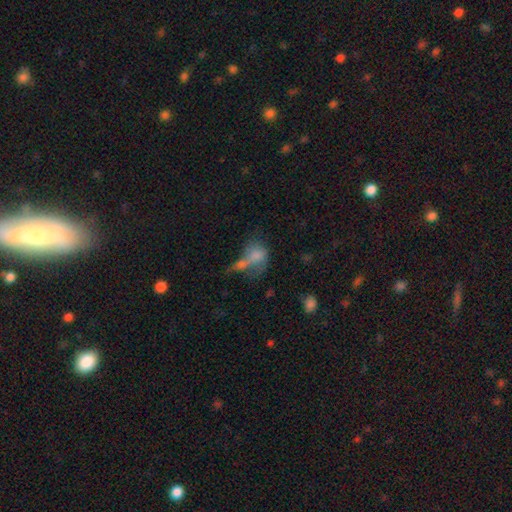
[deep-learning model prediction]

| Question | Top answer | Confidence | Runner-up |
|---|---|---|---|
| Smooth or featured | smooth | 67% | featured or disk (21%) |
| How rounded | in between | 69% | round (28%) |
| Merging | merger | 52% | major disturbance (19%) |